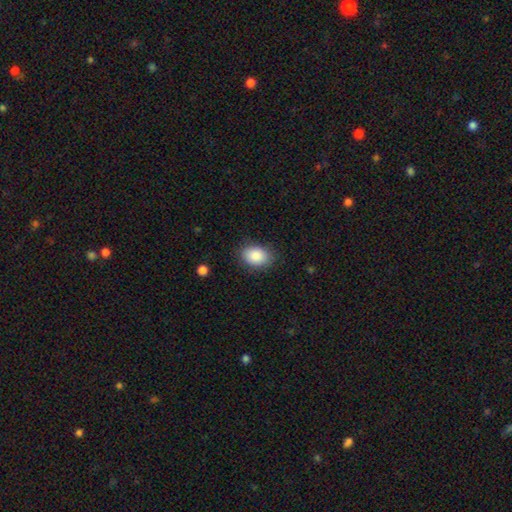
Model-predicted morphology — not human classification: Smooth or featured? Predicted: smooth (p=0.88). How rounded? Predicted: in between (p=0.79). Merging? Predicted: none (p=0.83).